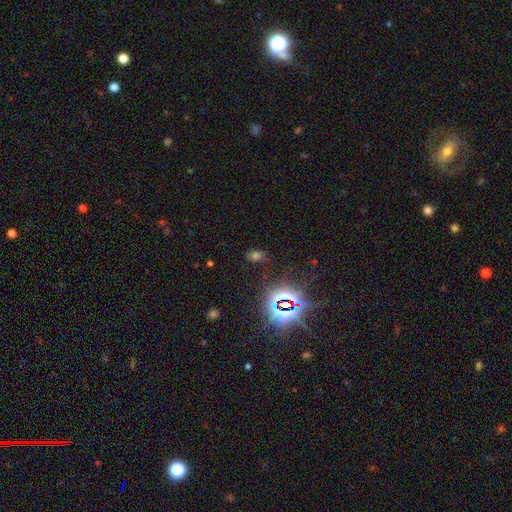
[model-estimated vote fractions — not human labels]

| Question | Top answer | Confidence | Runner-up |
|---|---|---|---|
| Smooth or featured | star or artifact | 49% | smooth (41%) |